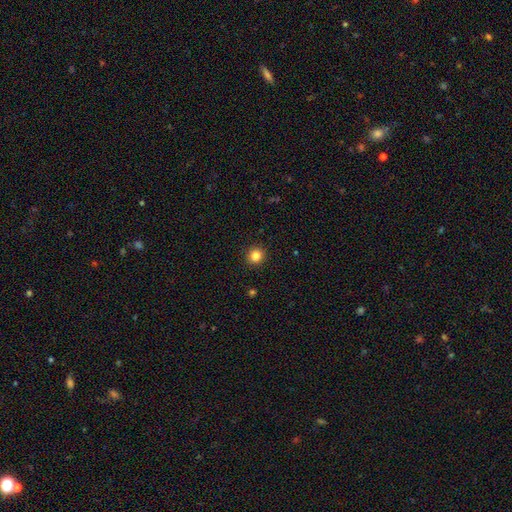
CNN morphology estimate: This is clearly a smooth galaxy (84%). How rounded: clearly round (93%). Merging: clearly none (92%).